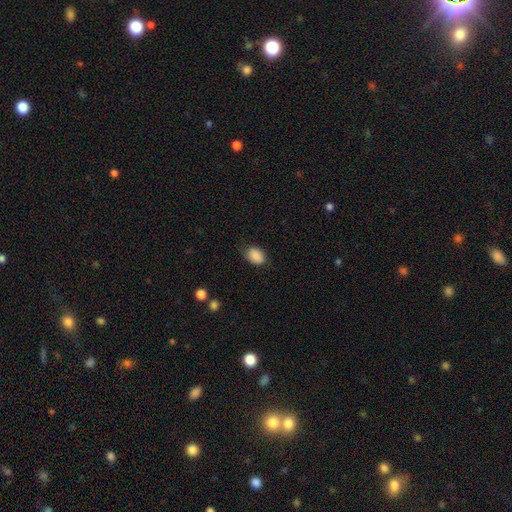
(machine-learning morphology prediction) This is clearly a smooth galaxy (88%). How rounded: likely in between (79%). Merging: likely none (72%).